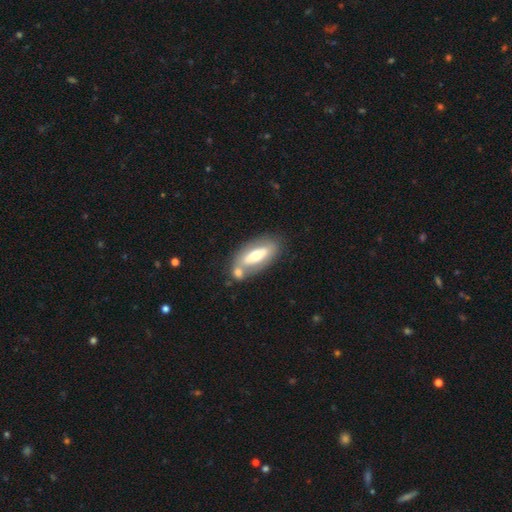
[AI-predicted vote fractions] A smooth galaxy with no disk features (48%).

Vote fractions:
- Smooth or featured? smooth: 48% / featured or disk: 47% / star or artifact: 6%
- Merging? none: 50% / merger: 31% / minor disturbance: 14% / major disturbance: 5%